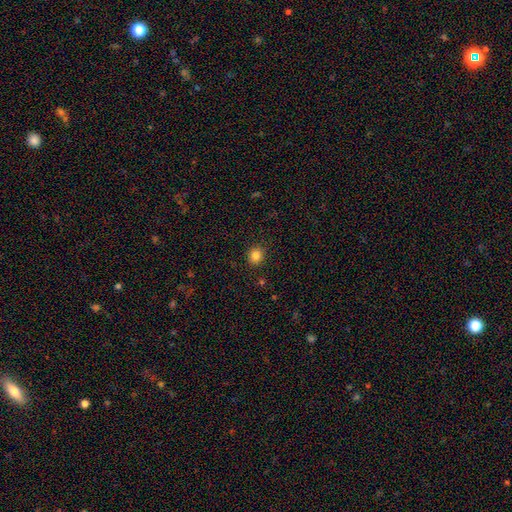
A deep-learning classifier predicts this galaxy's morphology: The model was most divided on "smooth or featured": smooth: 84%, star or artifact: 12%, featured or disk: 4%. More confident: merging — none (91%); how rounded — round (89%).